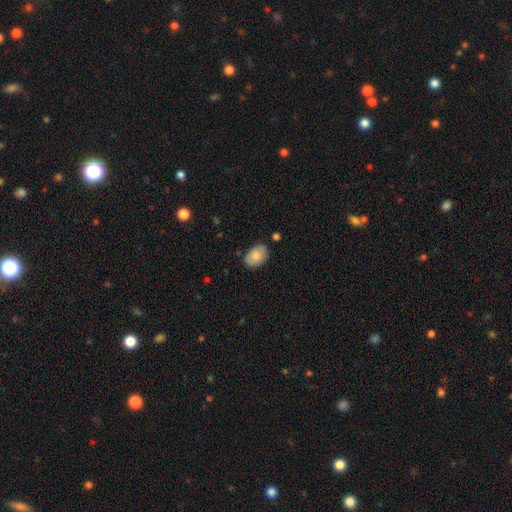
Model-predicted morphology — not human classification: A smooth galaxy with no disk features (83%) that is in between round and cigar-shaped (88%).

Vote fractions:
- Smooth or featured? smooth: 83% / featured or disk: 11% / star or artifact: 7%
- How rounded? in between: 88% / round: 11% / cigar-shaped: 1%
- Merging? none: 80% / minor disturbance: 15% / major disturbance: 3% / merger: 2%